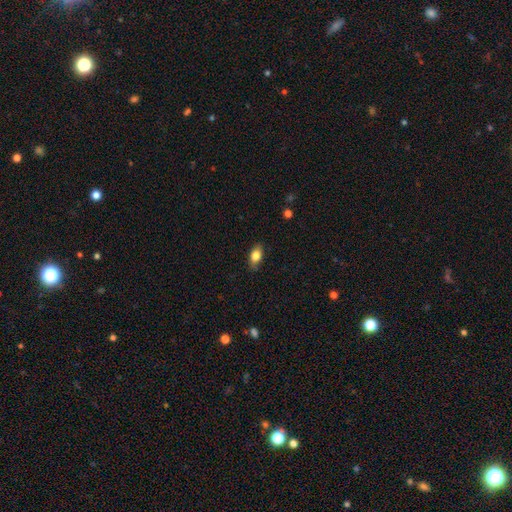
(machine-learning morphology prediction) Smooth or featured? smooth (82%)
How rounded? in between (87%)
Merging? none (82%)